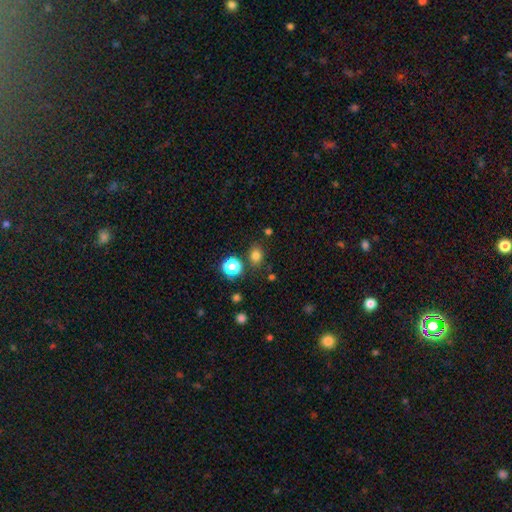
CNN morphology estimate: Smooth or featured? smooth (77%)
How rounded? round (59%)
Merging? none (82%)